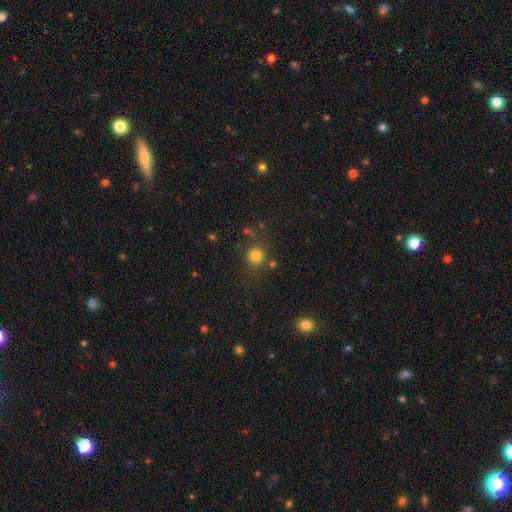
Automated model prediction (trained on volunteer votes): A smooth galaxy with no disk features (79%) that is round (90%).

Vote fractions:
- Smooth or featured? smooth: 79% / star or artifact: 15% / featured or disk: 6%
- How rounded? round: 90% / in between: 9% / cigar-shaped: 1%
- Merging? none: 78% / minor disturbance: 10% / merger: 7% / major disturbance: 5%